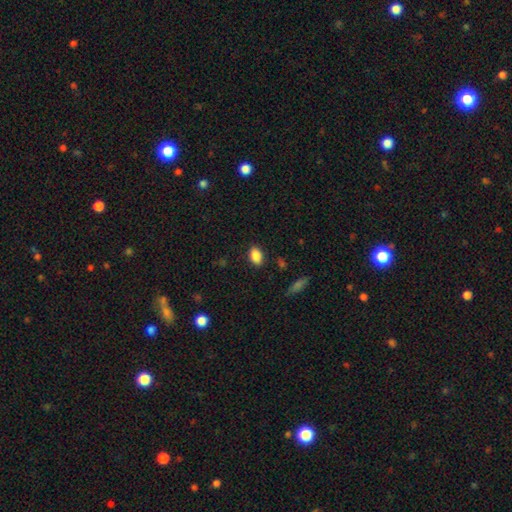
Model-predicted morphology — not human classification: smooth_or_featured: smooth (p=0.87) [alt: star or artifact p=0.08]
how_rounded: in between (p=0.88) [alt: round p=0.10]
merging: none (p=0.87) [alt: minor disturbance p=0.10]